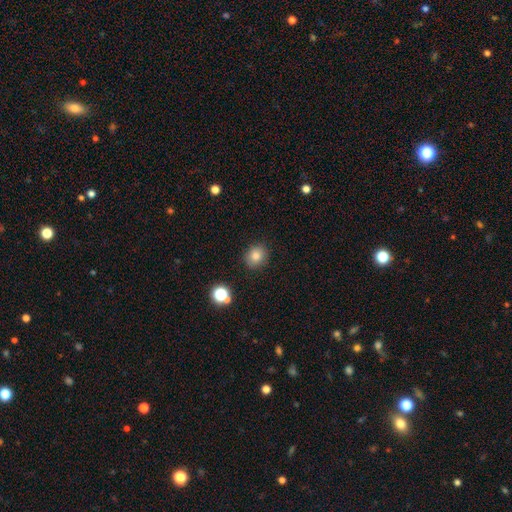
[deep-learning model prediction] Smooth or featured? smooth (81%)
How rounded? round (75%)
Merging? none (88%)